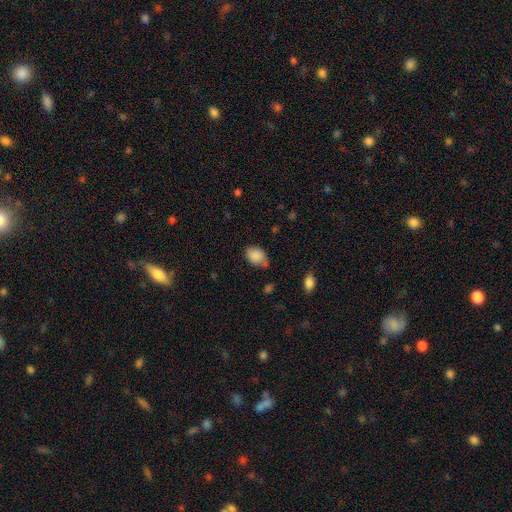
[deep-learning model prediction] Morphology: type=smooth (86%); roundness=in between (77%); merging=none (64%).